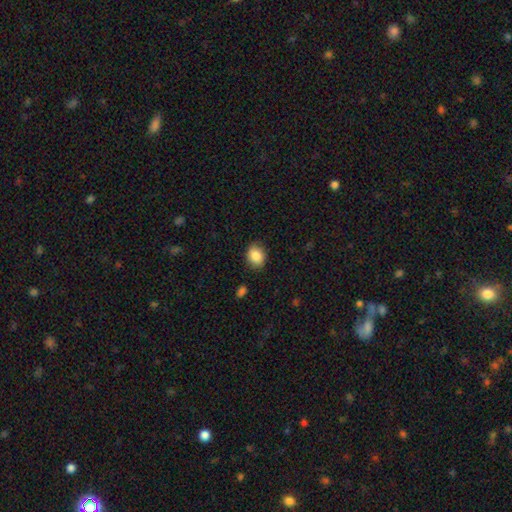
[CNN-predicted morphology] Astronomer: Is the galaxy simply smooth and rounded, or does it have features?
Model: smooth — 86%.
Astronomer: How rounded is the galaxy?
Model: in between — 50% (runner-up: round, 49%).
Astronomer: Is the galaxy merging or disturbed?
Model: none — 83%.